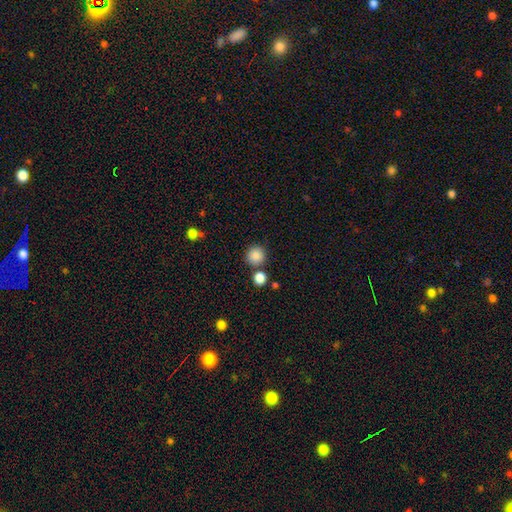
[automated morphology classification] smooth_or_featured: smooth (p=0.87) [alt: star or artifact p=0.10]
how_rounded: round (p=0.93) [alt: in between p=0.06]
merging: none (p=0.78) [alt: merger p=0.11]